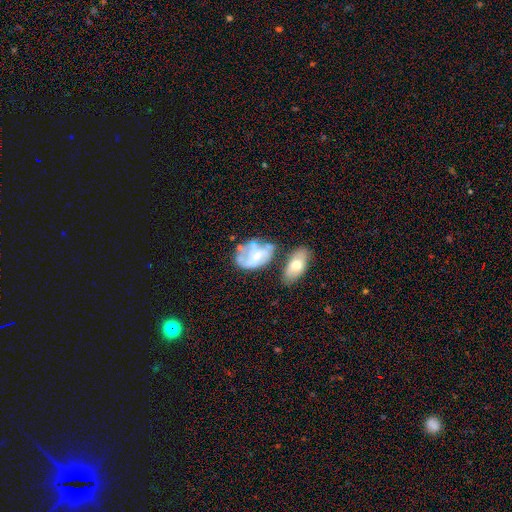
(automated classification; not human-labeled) This appears to be a featured or disk galaxy (58%) with no bar (62%), spiral arms (50%, tied with no) and a small central bulge (44%). Merging: none (30%).